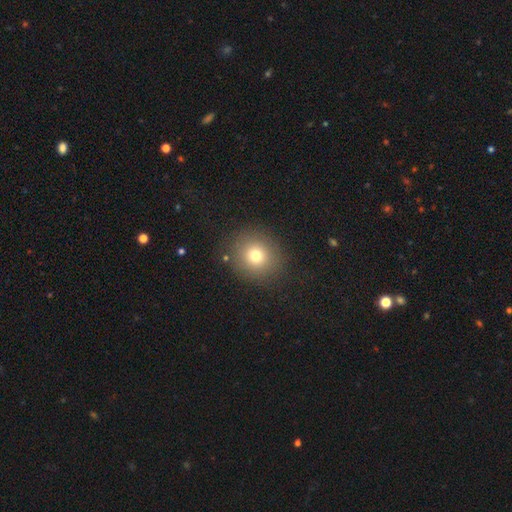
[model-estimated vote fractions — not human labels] Smooth or featured?
  - smooth: 75% *
  - star or artifact: 15%
  - featured or disk: 11%
How rounded?
  - round: 85% *
  - in between: 14%
  - cigar-shaped: 1%
Merging?
  - none: 86% *
  - minor disturbance: 8%
  - major disturbance: 4%
  - merger: 2%